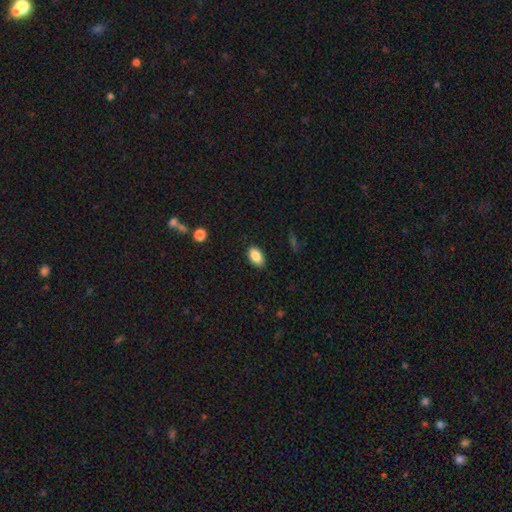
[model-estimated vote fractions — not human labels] smooth 88%, star or artifact 7%, featured or disk 5%. Down the decision tree: how rounded — in between (93%); merging — none (85%).